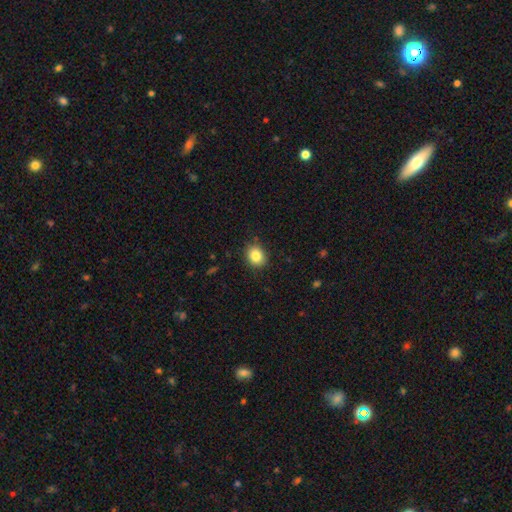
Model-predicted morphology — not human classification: This appears to be a smooth galaxy with no disk features (84%) that is round (61%). Merging: none (87%).